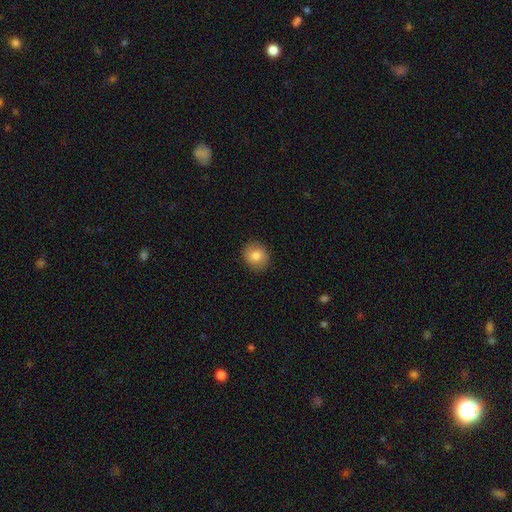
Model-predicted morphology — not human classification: Smooth or featured: smooth — 82% (featured or disk — 9%)
How rounded: round — 77% (in between — 22%)
Merging: none — 89% (minor disturbance — 8%)